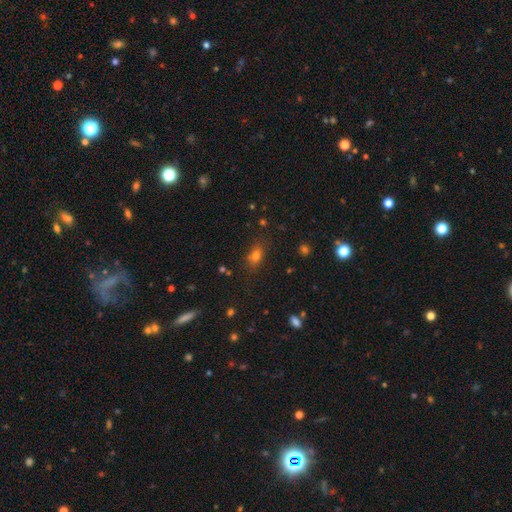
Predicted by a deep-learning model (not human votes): A smooth galaxy with no disk features (74%) that is in between round and cigar-shaped (66%).

Vote fractions:
- Smooth or featured? smooth: 74% / star or artifact: 17% / featured or disk: 9%
- How rounded? in between: 66% / round: 31% / cigar-shaped: 4%
- Merging? none: 76% / minor disturbance: 16% / major disturbance: 5% / merger: 3%